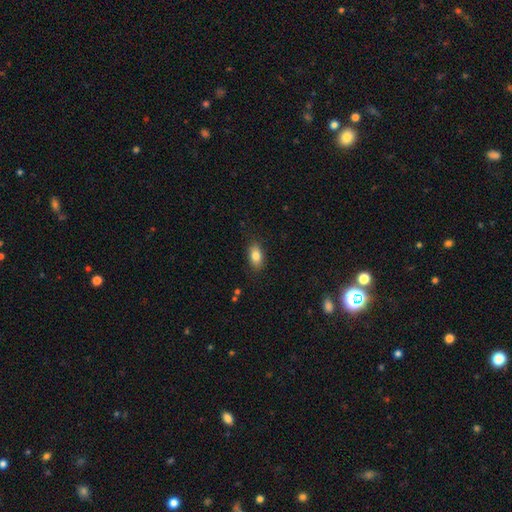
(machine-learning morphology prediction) smooth 83%, featured or disk 9%, star or artifact 8%. Down the decision tree: how rounded — in between (89%); merging — none (85%).